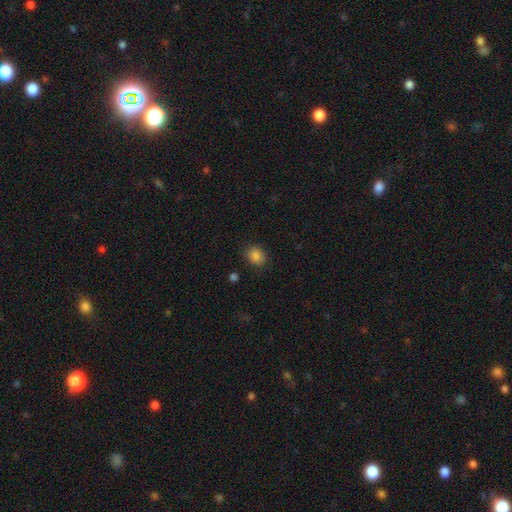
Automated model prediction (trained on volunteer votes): Smooth or featured?
  - smooth: 86% *
  - star or artifact: 11%
  - featured or disk: 4%
How rounded?
  - round: 67% *
  - in between: 32%
  - cigar-shaped: 1%
Merging?
  - none: 85% *
  - minor disturbance: 10%
  - major disturbance: 3%
  - merger: 2%